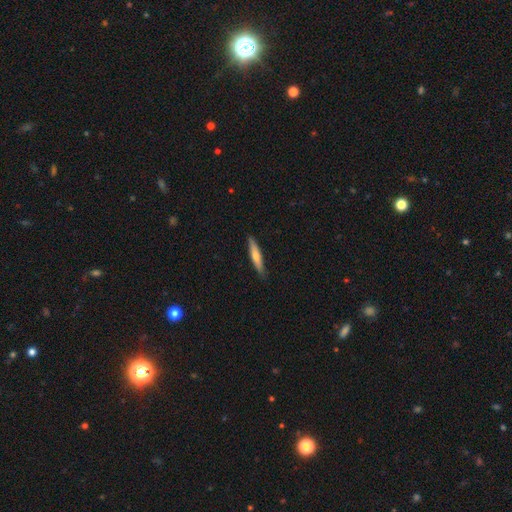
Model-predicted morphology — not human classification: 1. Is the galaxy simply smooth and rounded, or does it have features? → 55% smooth, 40% featured or disk, 6% star or artifact.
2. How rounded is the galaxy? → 91% cigar-shaped, 8% in between, 1% round.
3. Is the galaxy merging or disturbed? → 88% none, 10% minor disturbance, 2% major disturbance, 1% merger.